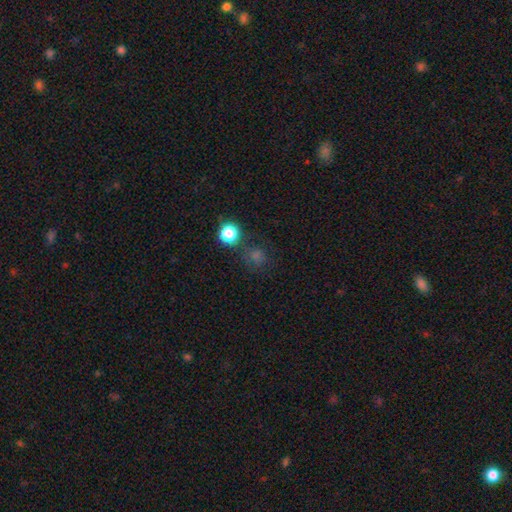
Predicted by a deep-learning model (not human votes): The model was most divided on "smooth or featured": smooth: 59%, star or artifact: 33%, featured or disk: 8%. More confident: how rounded — round (87%); merging — none (74%).